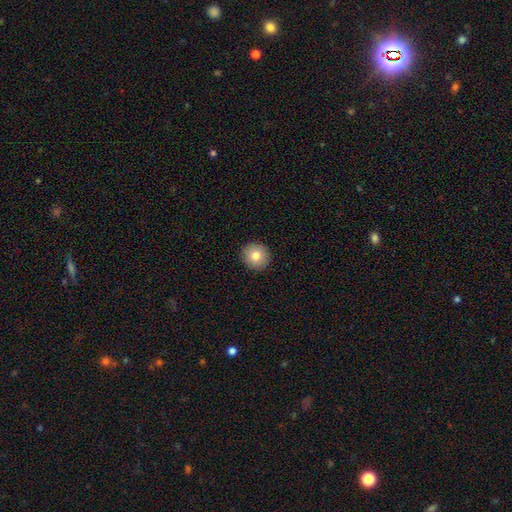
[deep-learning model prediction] smooth 80%, featured or disk 10%, star or artifact 9%. Down the decision tree: how rounded — round (90%); merging — none (92%).